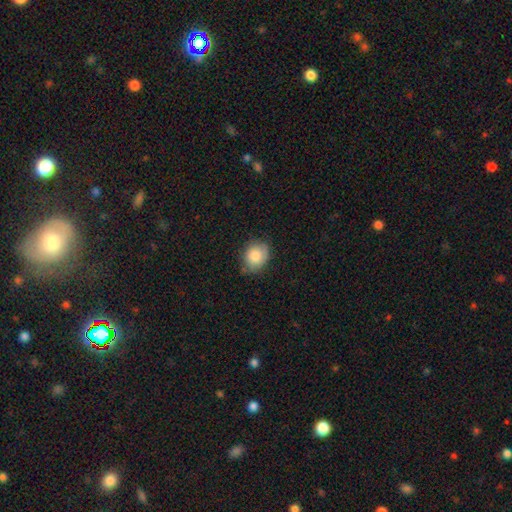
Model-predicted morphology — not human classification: This is clearly a smooth galaxy (82%). How rounded: possibly round (51%). Merging: likely none (70%).